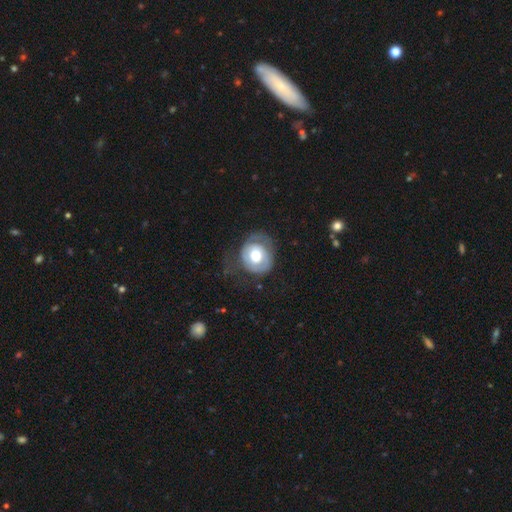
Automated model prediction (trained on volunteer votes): Morphology: type=featured or disk (52%); edge-on=no (96%); merging=none (48%).